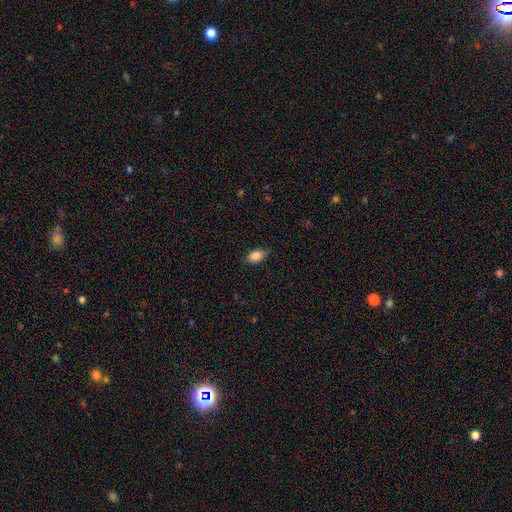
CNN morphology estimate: Smooth or featured? Predicted: smooth (p=0.82). How rounded? Predicted: in between (p=0.85). Merging? Predicted: none (p=0.77).